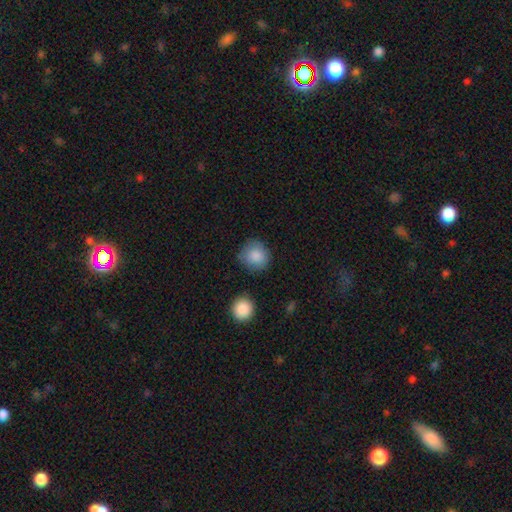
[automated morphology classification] Smooth or featured? Predicted: smooth (p=0.88). How rounded? Predicted: round (p=0.89). Merging? Predicted: none (p=0.76).